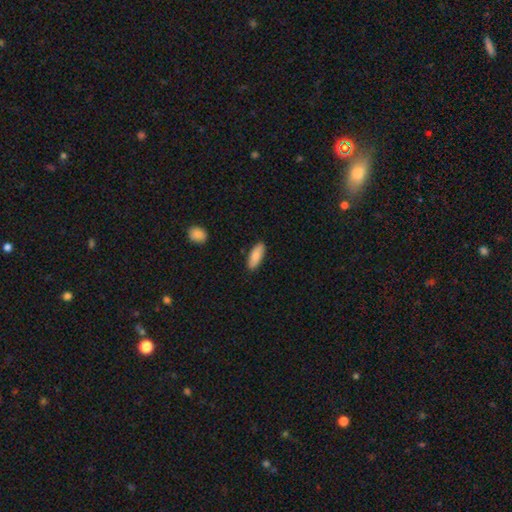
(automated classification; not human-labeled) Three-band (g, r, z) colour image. It shows a smooth galaxy with no disk features (85%) that is in between round and cigar-shaped (73%). Merging: none (88%).